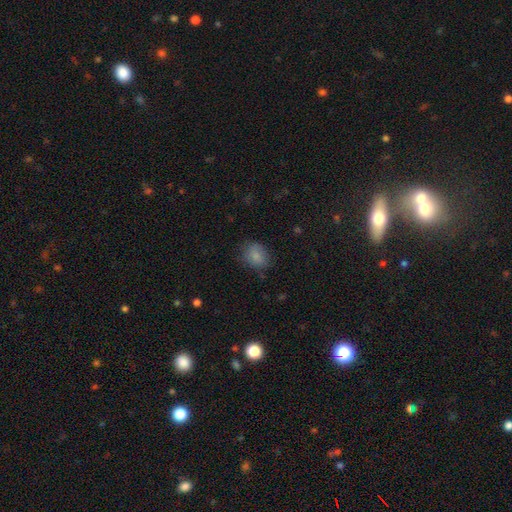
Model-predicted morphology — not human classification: Smooth or featured?
  - smooth: 84% *
  - star or artifact: 9%
  - featured or disk: 7%
How rounded?
  - round: 51% *
  - in between: 48%
  - cigar-shaped: 1%
Merging?
  - none: 75% *
  - minor disturbance: 19%
  - major disturbance: 5%
  - merger: 1%